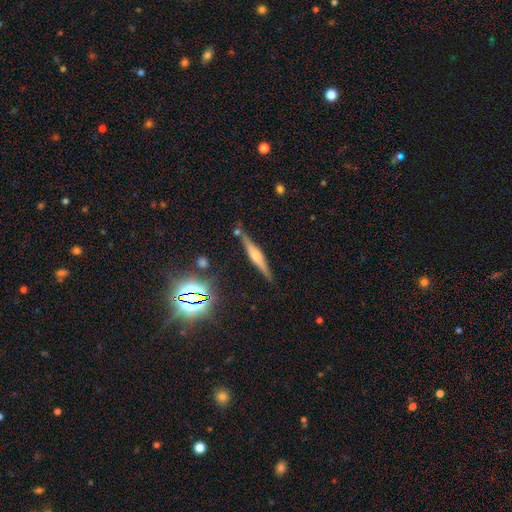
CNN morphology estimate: Smooth or featured: featured or disk — 63% (smooth — 27%)
Edge-on disk: yes — 97% (no — 3%)
Edge-on bulge: rounded — 75% (boxy — 18%)
Merging: none — 83% (minor disturbance — 11%)